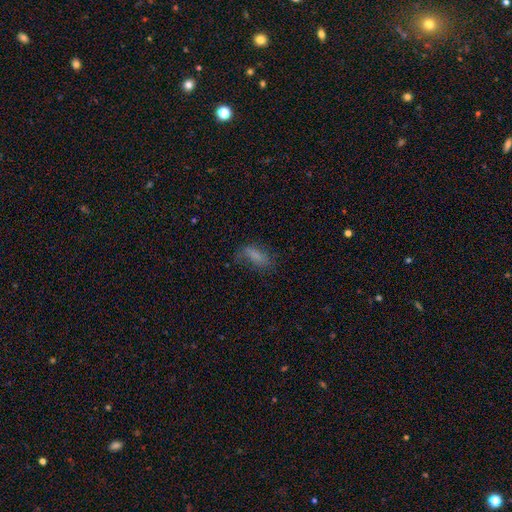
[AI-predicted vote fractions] This appears to be a smooth galaxy with no disk features (70%) that is in between round and cigar-shaped (77%). Merging: none (54%).